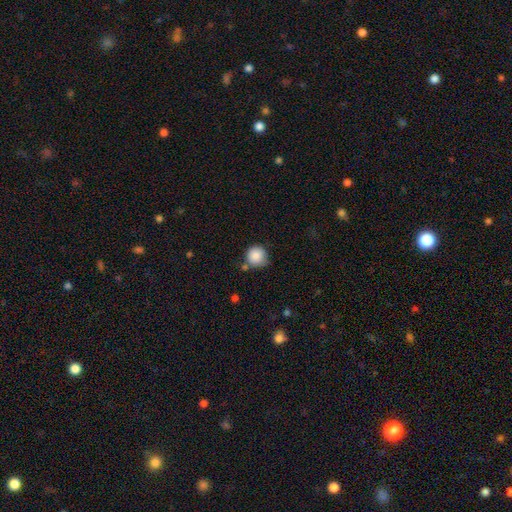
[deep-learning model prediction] Morphology: type=smooth (87%); roundness=round (93%); merging=none (68%).